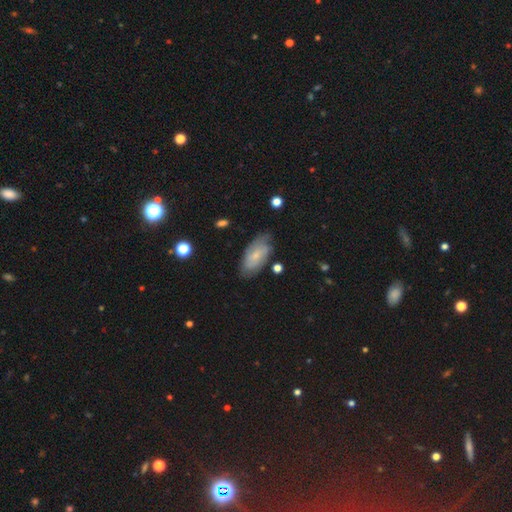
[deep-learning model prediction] A smooth galaxy with no disk features (52%) that is in between round and cigar-shaped (89%).

Vote fractions:
- Smooth or featured? smooth: 52% / featured or disk: 41% / star or artifact: 7%
- How rounded? in between: 89% / cigar-shaped: 8% / round: 3%
- Merging? none: 70% / minor disturbance: 22% / major disturbance: 6% / merger: 2%